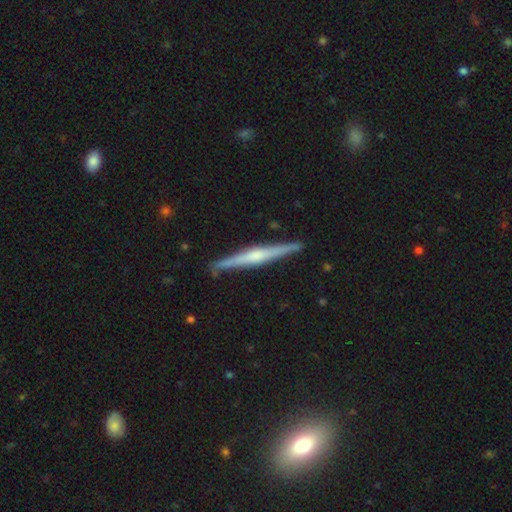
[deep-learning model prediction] This is likely a featured or disk galaxy (76%). It is clearly viewed edge-on (98%). Edge-on bulge: likely rounded (61%). Merging: clearly none (90%).